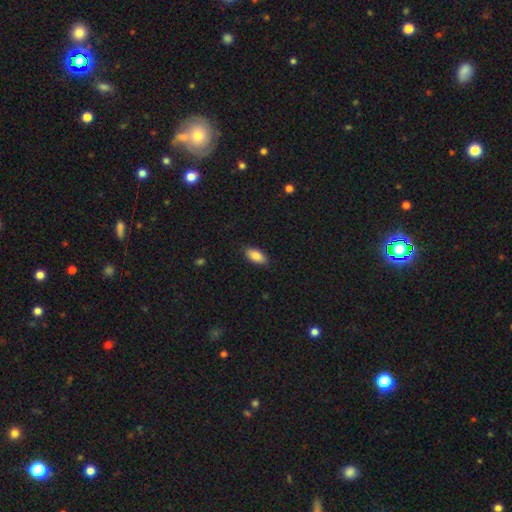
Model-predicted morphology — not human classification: Smooth or featured: smooth — 85% (featured or disk — 8%)
How rounded: in between — 90% (cigar-shaped — 7%)
Merging: none — 87% (minor disturbance — 10%)